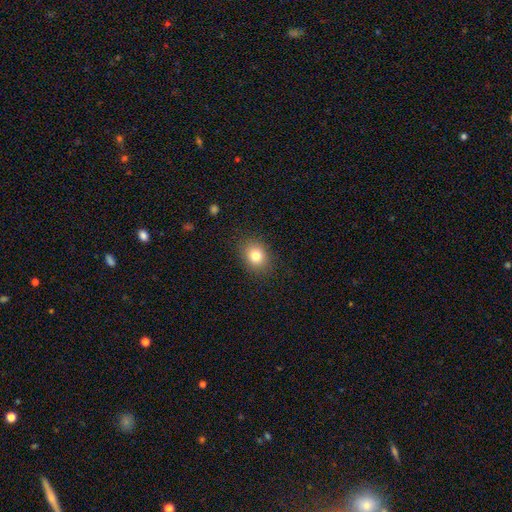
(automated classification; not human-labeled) A smooth galaxy with no disk features (80%) that is round (53%).

Vote fractions:
- Smooth or featured? smooth: 80% / star or artifact: 12% / featured or disk: 9%
- How rounded? round: 53% / in between: 46% / cigar-shaped: 1%
- Merging? none: 87% / minor disturbance: 9% / major disturbance: 3% / merger: 1%